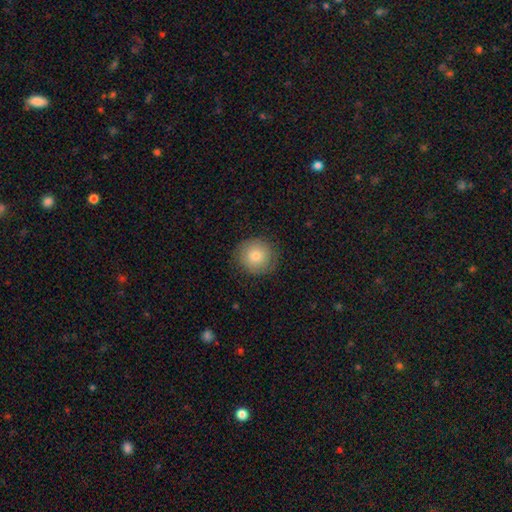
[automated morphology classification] type=smooth (76%); roundness=round (92%); merging=none (84%).